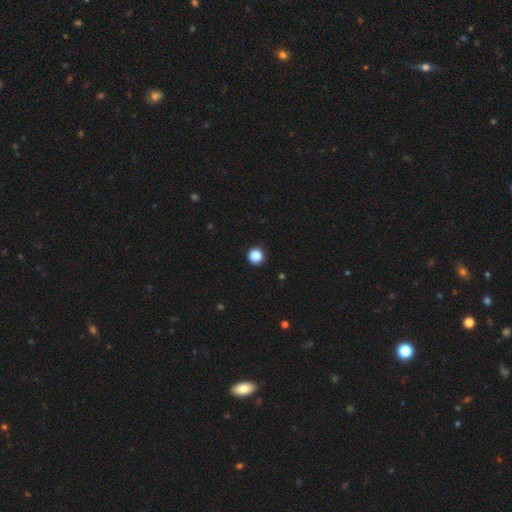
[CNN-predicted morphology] This appears to be a smooth galaxy with no disk features (88%) that is round (96%). Merging: none (93%).